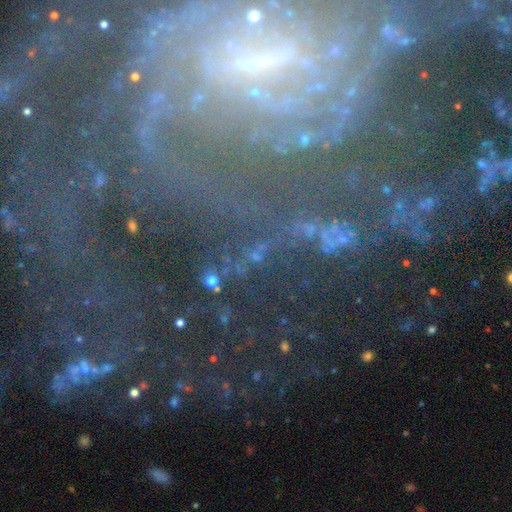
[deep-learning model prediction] A featured or disk galaxy (42%, tied with star or artifact). Merging: none (64%).